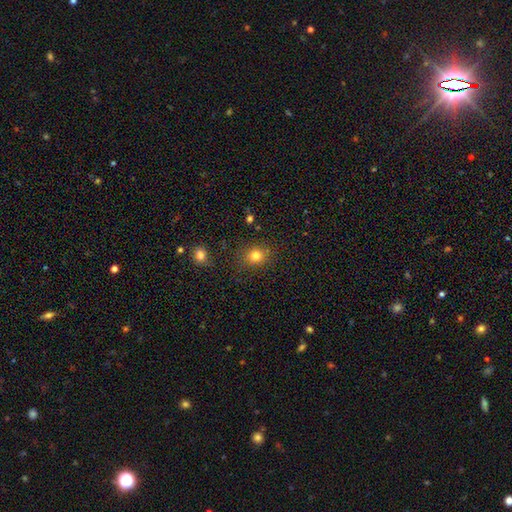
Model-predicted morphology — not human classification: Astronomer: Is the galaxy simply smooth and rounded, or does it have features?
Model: smooth — 81%.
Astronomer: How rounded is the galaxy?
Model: round — 74%.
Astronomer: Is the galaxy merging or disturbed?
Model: none — 84%.